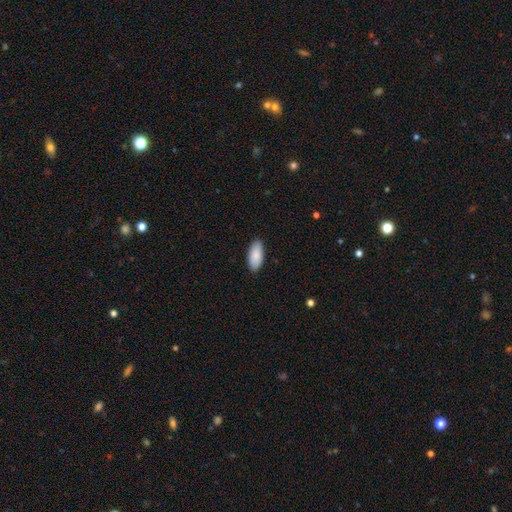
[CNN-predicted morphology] A smooth galaxy with no disk features (88%) that is in between round and cigar-shaped (90%). Merging: none (88%).